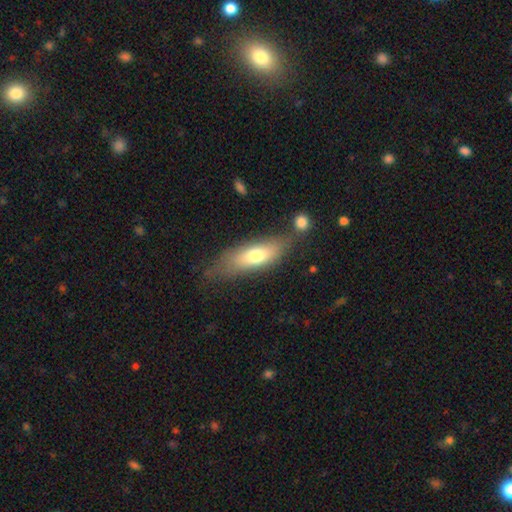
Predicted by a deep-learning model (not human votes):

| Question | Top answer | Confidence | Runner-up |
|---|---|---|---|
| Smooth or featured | smooth | 67% | featured or disk (26%) |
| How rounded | in between | 60% | cigar-shaped (37%) |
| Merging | none | 58% | minor disturbance (22%) |